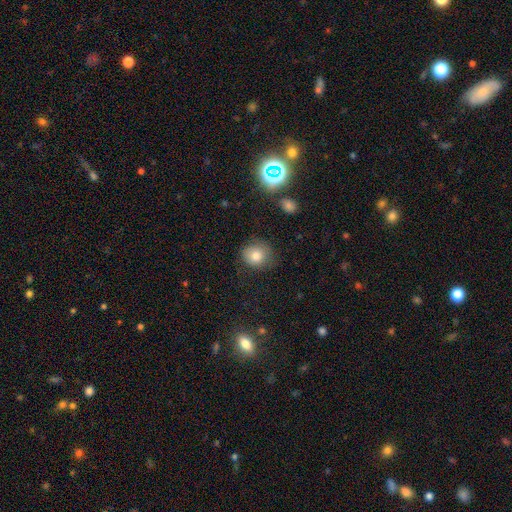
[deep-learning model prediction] Smooth or featured?
  - smooth: 79% *
  - star or artifact: 11%
  - featured or disk: 9%
How rounded?
  - round: 81% *
  - in between: 18%
  - cigar-shaped: 1%
Merging?
  - none: 74% *
  - minor disturbance: 19%
  - major disturbance: 6%
  - merger: 2%